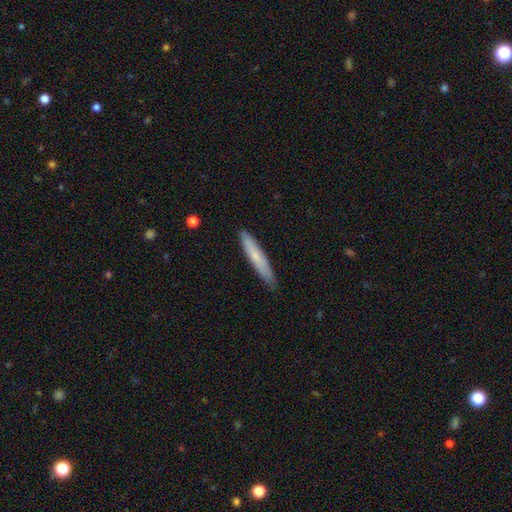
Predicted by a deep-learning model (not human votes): Smooth or featured?
  - smooth: 68% *
  - featured or disk: 26%
  - star or artifact: 6%
How rounded?
  - cigar-shaped: 92% *
  - in between: 7%
  - round: 1%
Merging?
  - none: 86% *
  - minor disturbance: 11%
  - major disturbance: 2%
  - merger: 1%